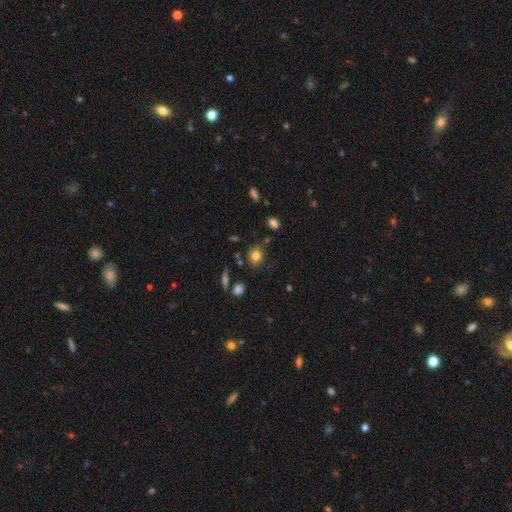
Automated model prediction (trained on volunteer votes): smooth-or-featured: smooth: 81% | star or artifact: 11% | featured or disk: 8%
  how-rounded: round: 70% | in between: 29% | cigar-shaped: 1%
  merging: none: 82% | minor disturbance: 11% | merger: 4% | major disturbance: 3%